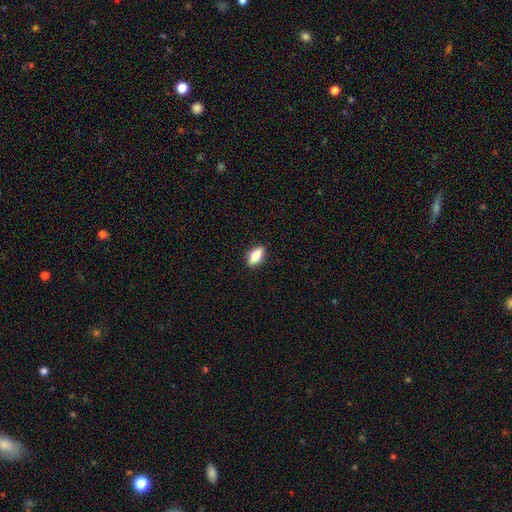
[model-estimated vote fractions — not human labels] Q: Smooth or featured?
A: smooth (73%); runner-up: featured or disk (20%)
Q: How rounded?
A: in between (83%); runner-up: cigar-shaped (12%)
Q: Merging?
A: none (88%); runner-up: minor disturbance (9%)